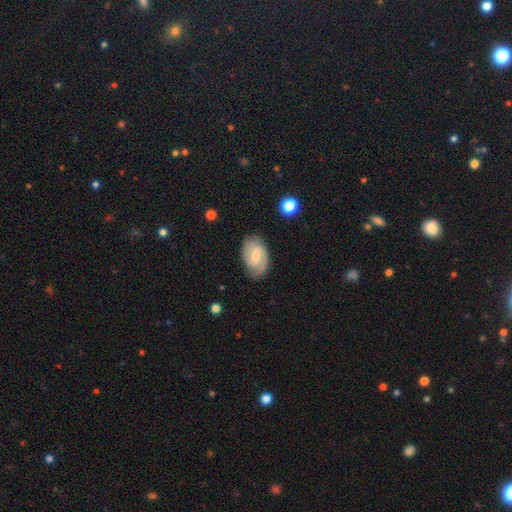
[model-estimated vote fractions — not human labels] Morphology: type=featured or disk (61%); edge-on=no (96%); bar=weak (52%); spiral arms=yes (89%); winding=medium (45%); arm count=2 (74%); bulge=small (56%); merging=none (76%).